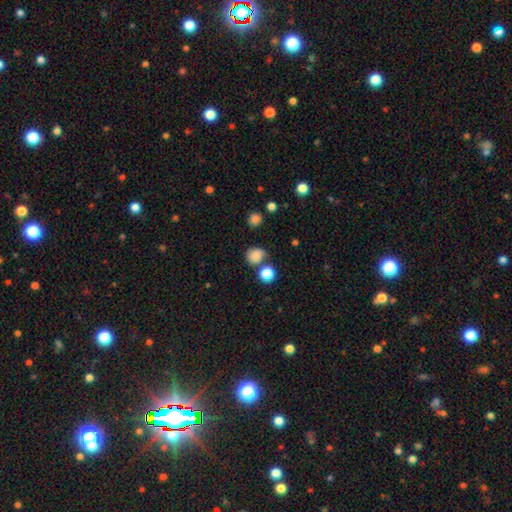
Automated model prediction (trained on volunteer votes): A smooth galaxy with no disk features (81%) that is round (82%).

Vote fractions:
- Smooth or featured? smooth: 81% / star or artifact: 12% / featured or disk: 7%
- How rounded? round: 82% / in between: 17% / cigar-shaped: 1%
- Merging? none: 61% / merger: 17% / minor disturbance: 16% / major disturbance: 6%